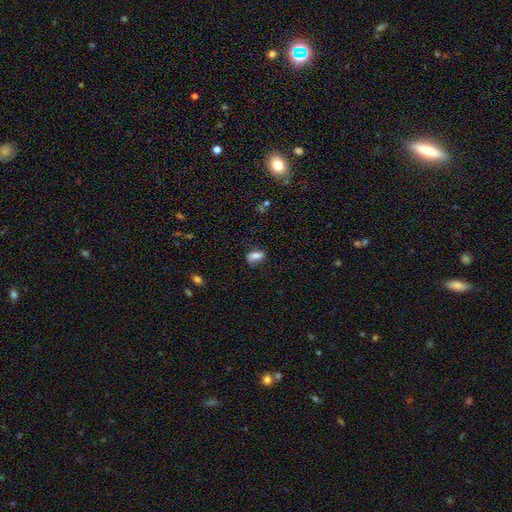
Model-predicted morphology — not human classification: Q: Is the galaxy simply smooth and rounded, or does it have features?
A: smooth — 61%.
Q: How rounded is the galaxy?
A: in between — 84%.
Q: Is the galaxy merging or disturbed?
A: none — 63%.